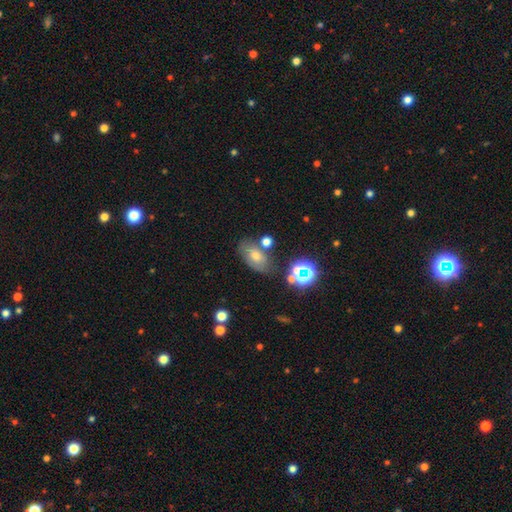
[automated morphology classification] Smooth or featured? smooth (55%)
How rounded? in between (84%)
Merging? none (64%)